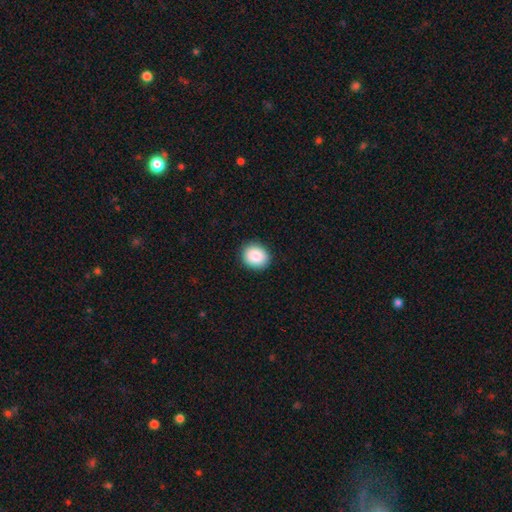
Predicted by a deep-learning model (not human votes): smooth-or-featured: smooth: 87% | star or artifact: 8% | featured or disk: 5%
  how-rounded: round: 75% | in between: 24% | cigar-shaped: 1%
  merging: none: 90% | minor disturbance: 7% | major disturbance: 2% | merger: 1%